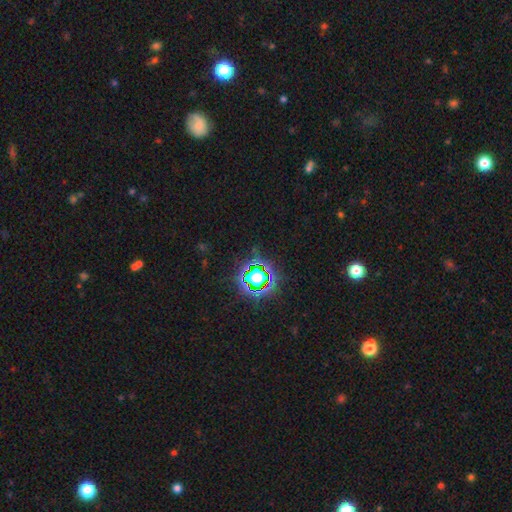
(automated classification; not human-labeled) Q: Smooth or featured?
A: star or artifact (77%); runner-up: smooth (15%)